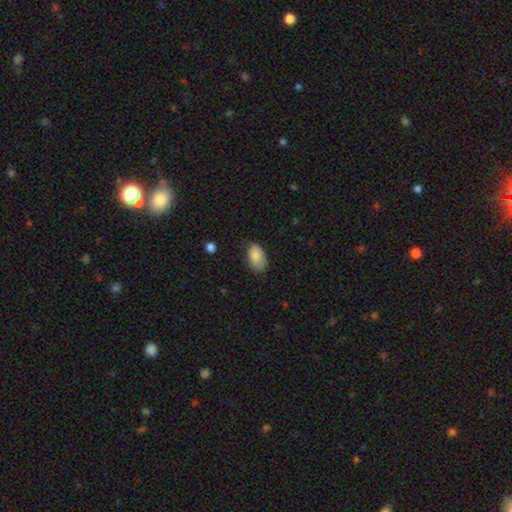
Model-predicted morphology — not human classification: A smooth galaxy with no disk features (86%) that is in between round and cigar-shaped (94%). Merging: none (72%).